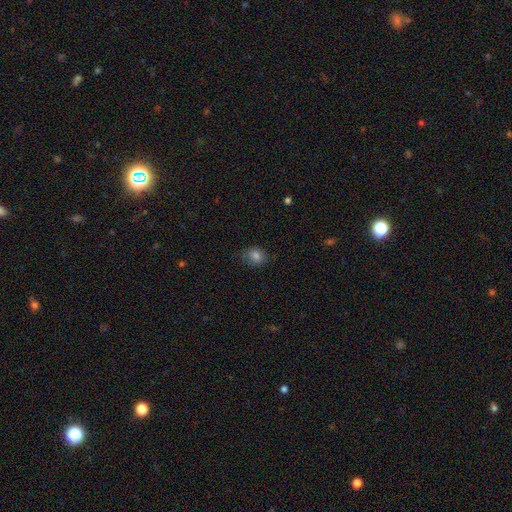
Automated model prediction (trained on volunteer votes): Smooth or featured? smooth (82%)
How rounded? round (57%)
Merging? none (74%)